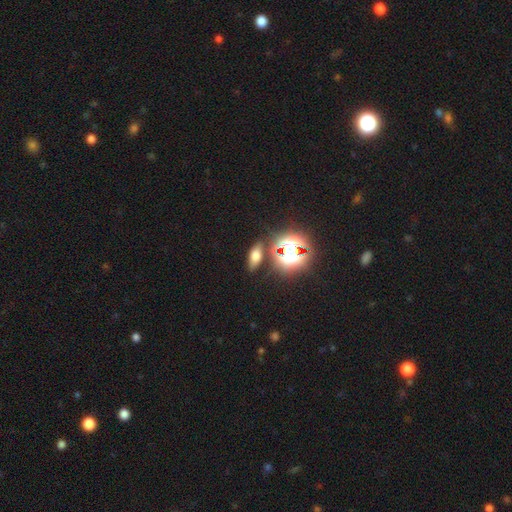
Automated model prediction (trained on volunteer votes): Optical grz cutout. It shows a smooth galaxy with no disk features (57%) that is in between round and cigar-shaped (69%). Merging: none (81%).